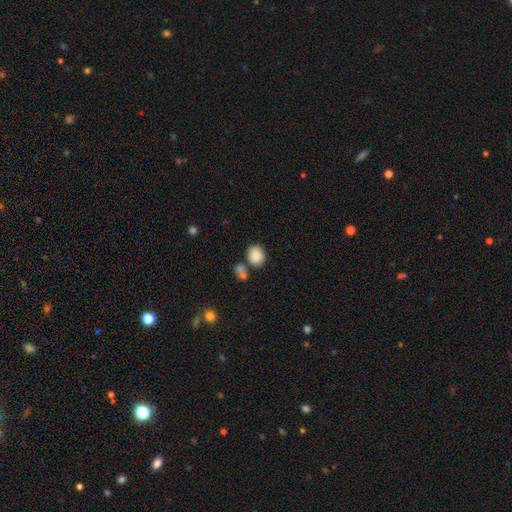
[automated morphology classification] Smooth or featured: smooth — 85% (star or artifact — 8%)
How rounded: round — 61% (in between — 38%)
Merging: none — 60% (merger — 22%)